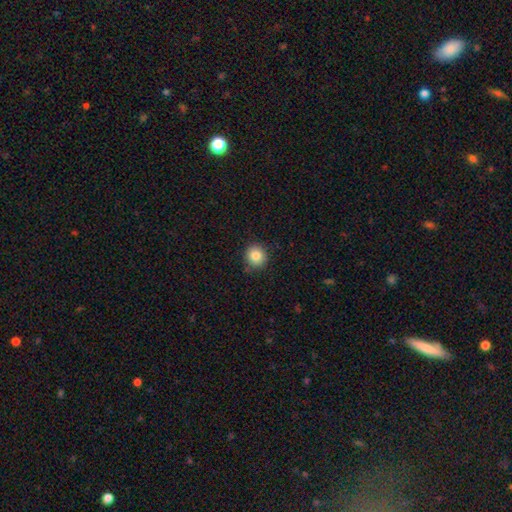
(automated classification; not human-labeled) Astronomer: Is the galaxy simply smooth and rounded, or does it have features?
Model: smooth — 83%.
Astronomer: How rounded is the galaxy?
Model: round — 90%.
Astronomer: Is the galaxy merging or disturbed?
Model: none — 86%.